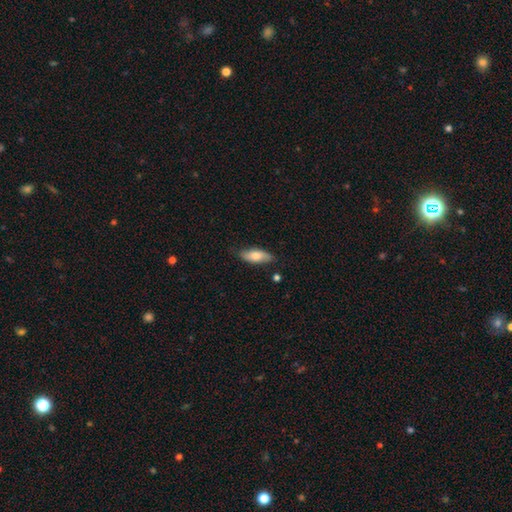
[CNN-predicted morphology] Smooth or featured? Predicted: smooth (p=0.70). How rounded? Predicted: in between (p=0.78). Merging? Predicted: none (p=0.77).